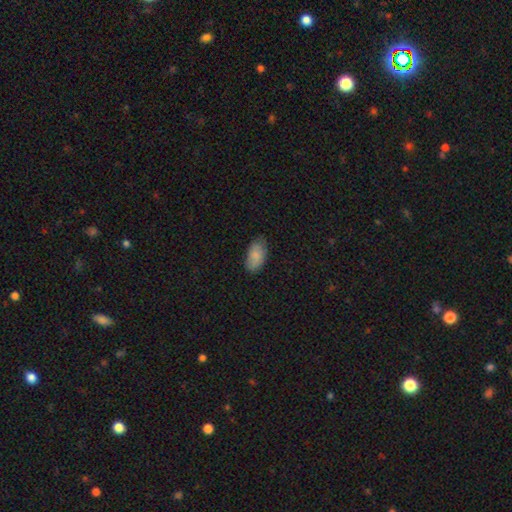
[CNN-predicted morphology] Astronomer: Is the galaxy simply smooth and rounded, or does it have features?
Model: smooth — 82%.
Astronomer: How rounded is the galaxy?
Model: in between — 94%.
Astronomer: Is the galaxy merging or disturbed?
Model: none — 75%.